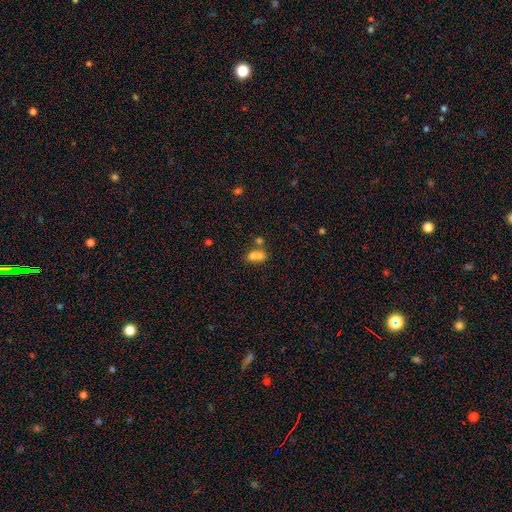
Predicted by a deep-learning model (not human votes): This appears to be a smooth galaxy with no disk features (69%) that is in between round and cigar-shaped (56%). Merging: merger (64%).